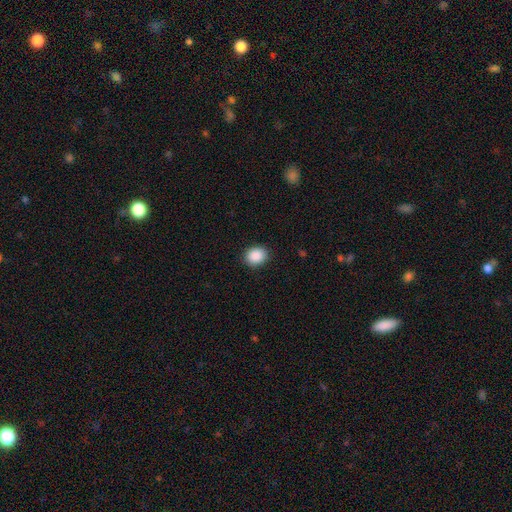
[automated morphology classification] type=smooth (89%); roundness=round (60%); merging=none (90%).